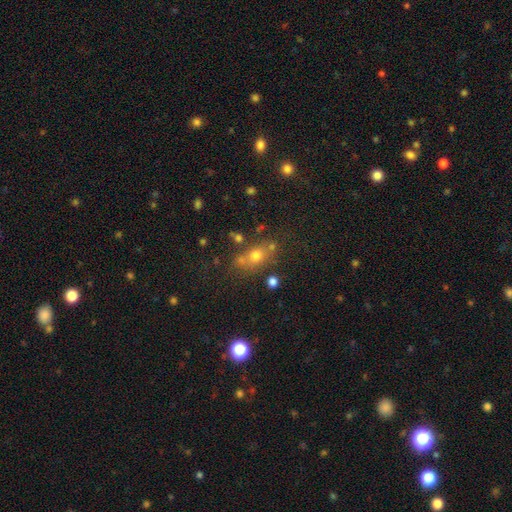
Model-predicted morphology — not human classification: Overall: smooth (64%). How rounded: round (48%; in between 47%). Merging: none (63%).